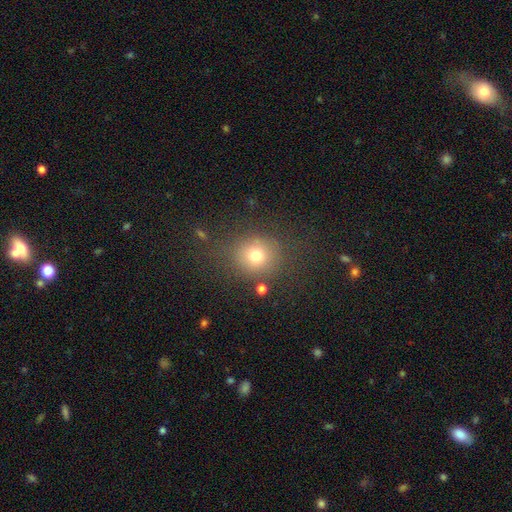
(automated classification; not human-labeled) Smooth or featured: smooth — 75% (star or artifact — 15%)
How rounded: round — 83% (in between — 16%)
Merging: none — 75% (minor disturbance — 12%)